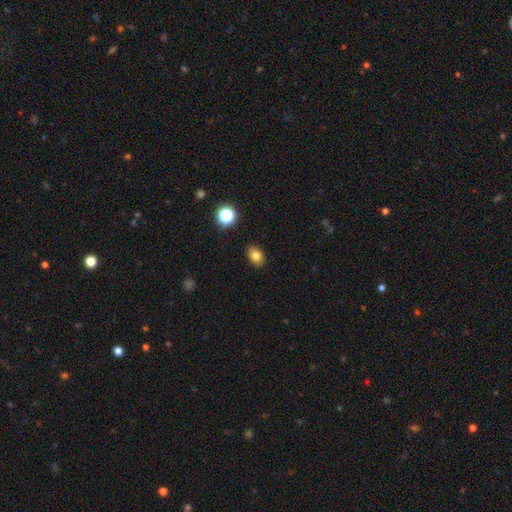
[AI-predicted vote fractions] A smooth galaxy with no disk features (79%) that is in between round and cigar-shaped (72%). Merging: none (88%).